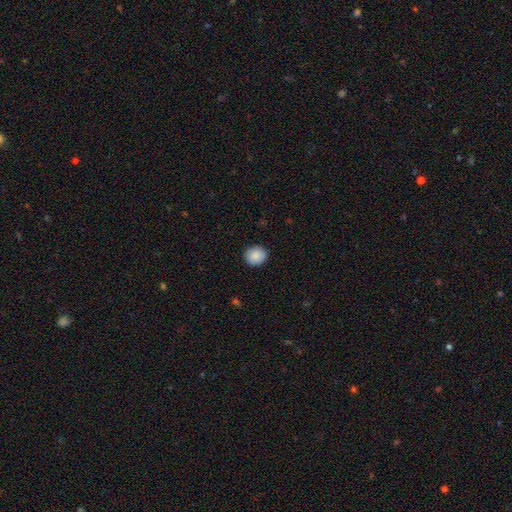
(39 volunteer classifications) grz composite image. It shows a smooth galaxy with no disk features (85%) that is round (82%). Merging: none (89%).